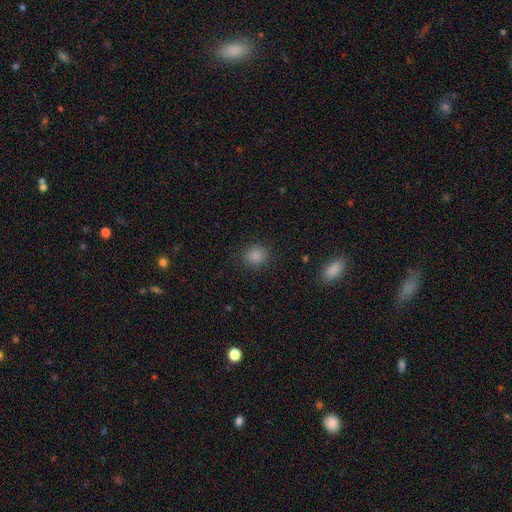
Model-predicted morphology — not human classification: This appears to be a smooth galaxy with no disk features (85%) that is round (81%). Merging: none (89%).